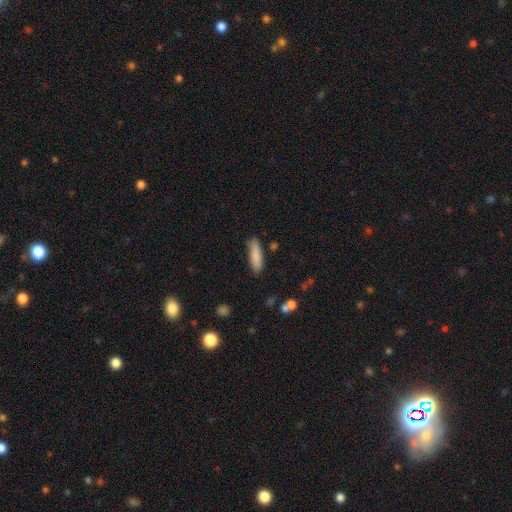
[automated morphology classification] The model was most divided on "how rounded": cigar-shaped: 67%, in between: 32%, round: 1%. More confident: smooth or featured — smooth (86%); merging — none (82%).